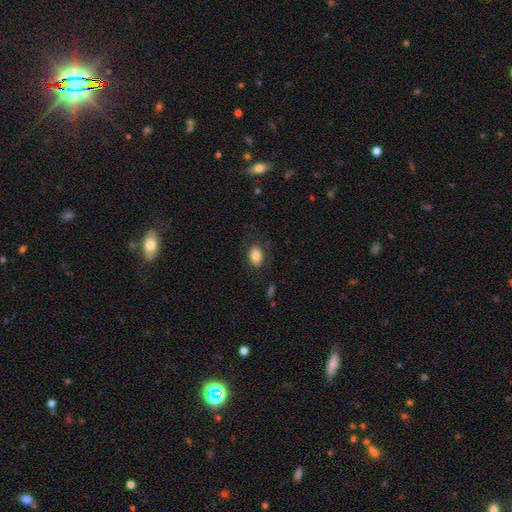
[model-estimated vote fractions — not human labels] Smooth or featured?
  - smooth: 84% *
  - star or artifact: 8%
  - featured or disk: 7%
How rounded?
  - in between: 81% *
  - round: 17%
  - cigar-shaped: 1%
Merging?
  - none: 80% *
  - minor disturbance: 13%
  - major disturbance: 5%
  - merger: 1%